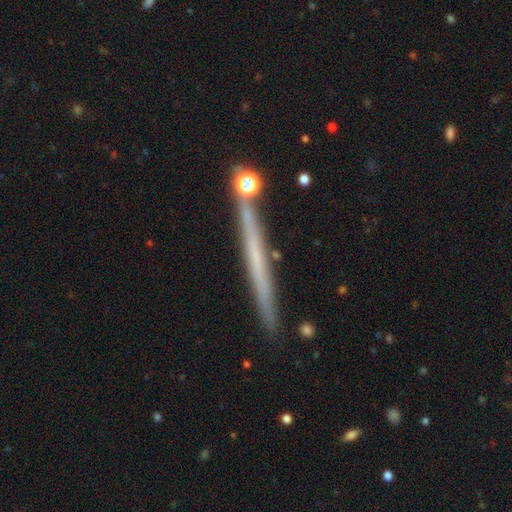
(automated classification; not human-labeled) Smooth or featured? Predicted: featured or disk (p=0.54). Edge-on disk? Predicted: yes (p=0.97). Edge-on bulge? Predicted: none (p=0.91). Merging? Predicted: none (p=0.87).